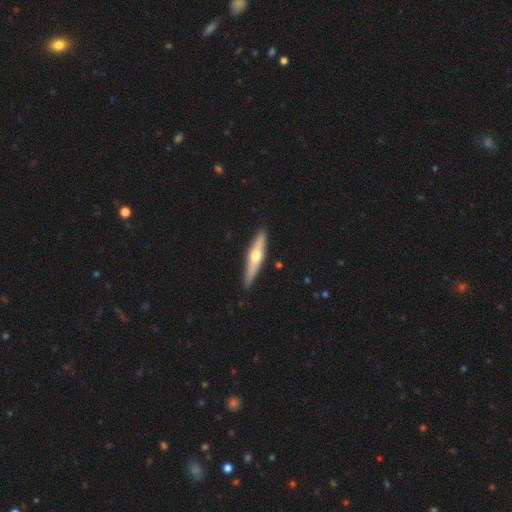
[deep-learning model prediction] Q: Smooth or featured?
A: featured or disk (60%); runner-up: smooth (35%)
Q: Edge-on disk?
A: yes (94%); runner-up: no (6%)
Q: Edge-on bulge?
A: rounded (93%); runner-up: none (4%)
Q: Merging?
A: none (89%); runner-up: minor disturbance (8%)